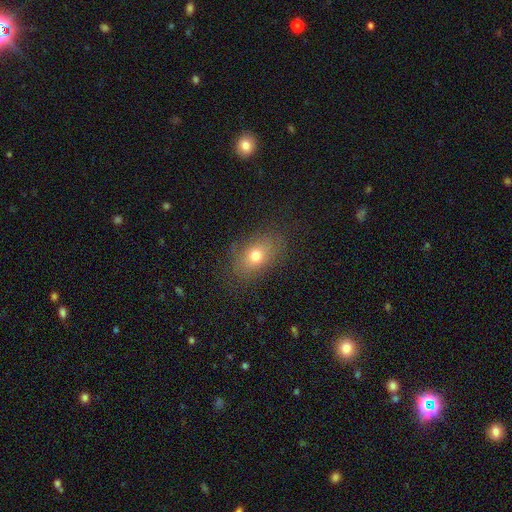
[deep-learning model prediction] Smooth or featured: smooth — 71% (featured or disk — 17%)
How rounded: in between — 81% (round — 17%)
Merging: none — 77% (minor disturbance — 15%)